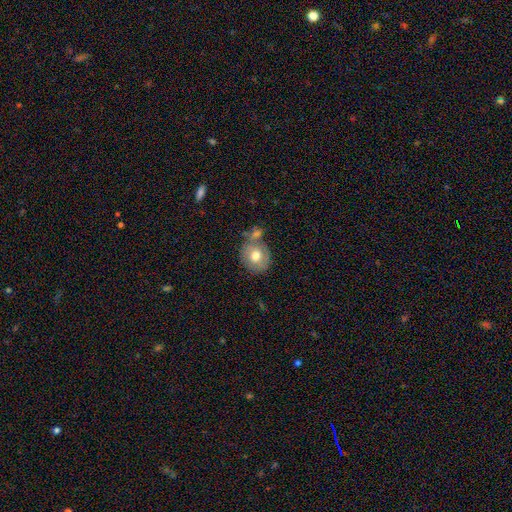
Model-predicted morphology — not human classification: Smooth or featured? Predicted: smooth (p=0.72). How rounded? Predicted: round (p=0.80). Merging? Predicted: none (p=0.58).